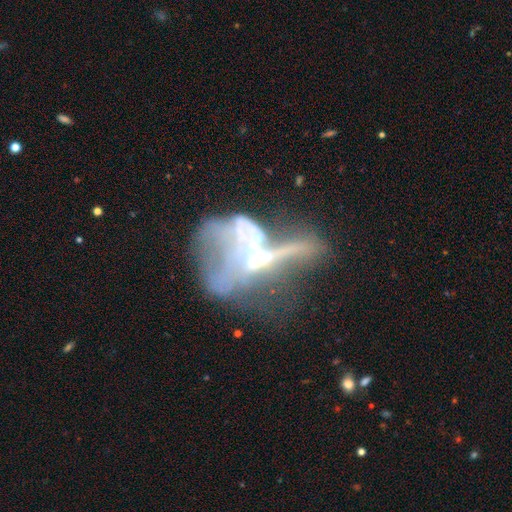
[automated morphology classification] A featured or disk galaxy (65%) with no bar (78%), no spiral arms (79%) and a moderate central bulge (40%). Merging: merger (54%).